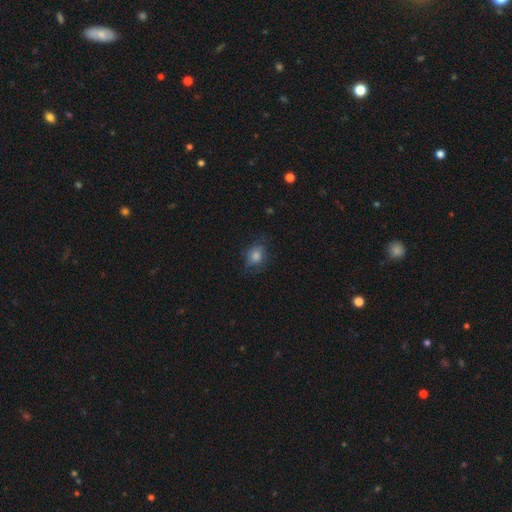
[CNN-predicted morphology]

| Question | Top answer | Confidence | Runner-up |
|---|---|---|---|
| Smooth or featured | smooth | 72% | featured or disk (15%) |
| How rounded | round | 55% | in between (44%) |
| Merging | none | 68% | minor disturbance (22%) |